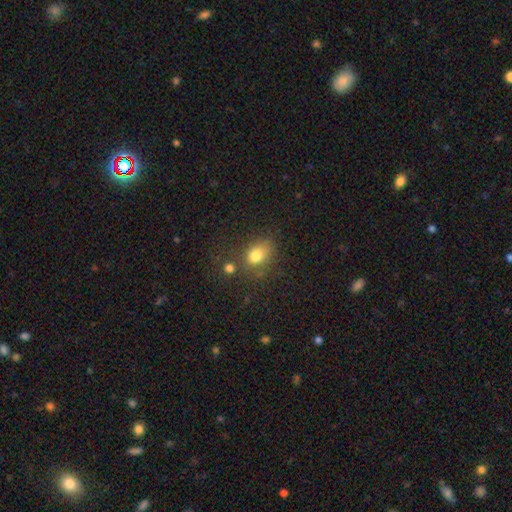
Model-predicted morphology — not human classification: Smooth or featured? Predicted: smooth (p=0.77). How rounded? Predicted: in between (p=0.60). Merging? Predicted: none (p=0.59).